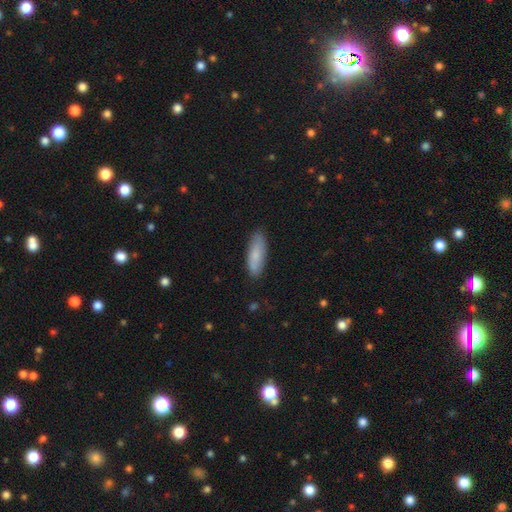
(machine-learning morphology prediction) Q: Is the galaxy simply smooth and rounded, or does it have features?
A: smooth — 82%.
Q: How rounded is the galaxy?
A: in between — 60%.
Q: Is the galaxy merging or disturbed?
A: none — 84%.